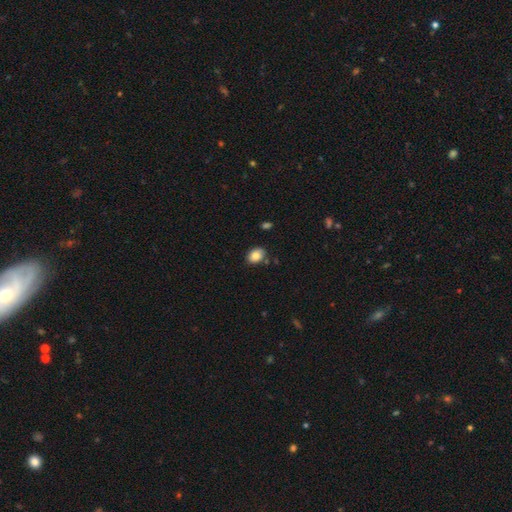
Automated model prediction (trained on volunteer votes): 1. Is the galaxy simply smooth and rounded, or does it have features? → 86% smooth, 8% star or artifact, 6% featured or disk.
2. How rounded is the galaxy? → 70% in between, 29% round, 1% cigar-shaped.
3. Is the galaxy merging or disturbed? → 79% none, 14% minor disturbance, 4% merger, 3% major disturbance.